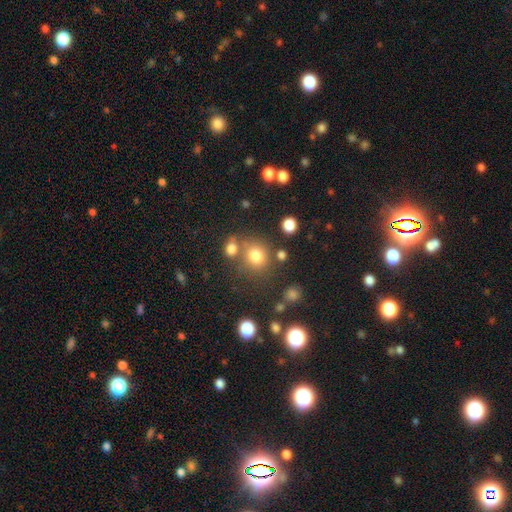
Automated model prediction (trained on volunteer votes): Smooth or featured? Predicted: smooth (p=0.76). How rounded? Predicted: round (p=0.82). Merging? Predicted: none (p=0.63).